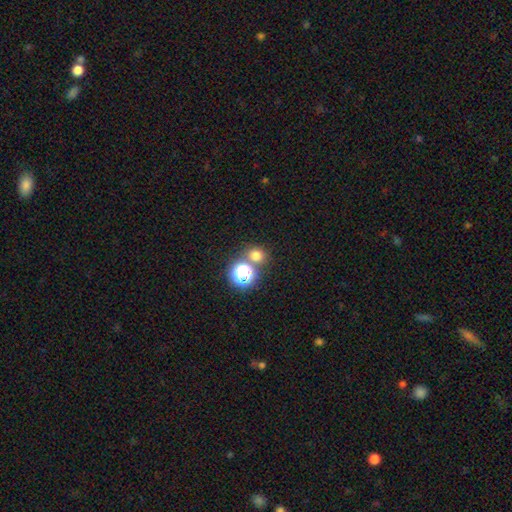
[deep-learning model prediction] smooth 68%, star or artifact 25%, featured or disk 7%. Down the decision tree: how rounded — round (83%); merging — none (69%).